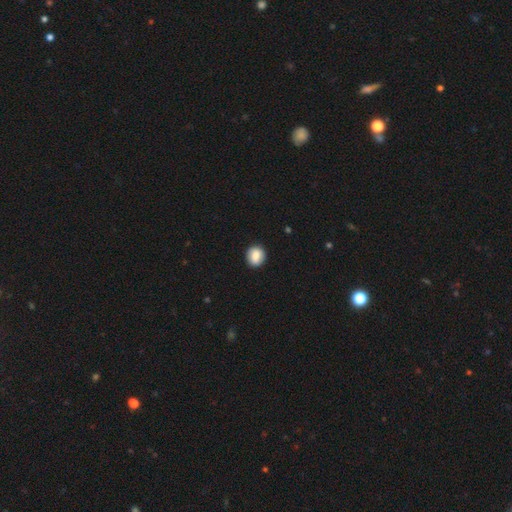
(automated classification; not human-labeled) Q: Smooth or featured?
A: smooth (83%); runner-up: featured or disk (9%)
Q: How rounded?
A: round (80%); runner-up: in between (19%)
Q: Merging?
A: none (89%); runner-up: minor disturbance (8%)